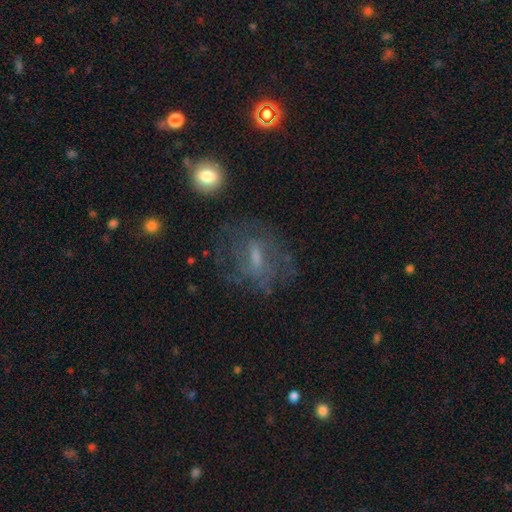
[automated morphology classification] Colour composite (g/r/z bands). It shows a featured or disk galaxy (55%) with a weak bar (46%), no spiral arms (50%, tied with yes) and a small central bulge (38%, tied with moderate). Merging: none (55%).